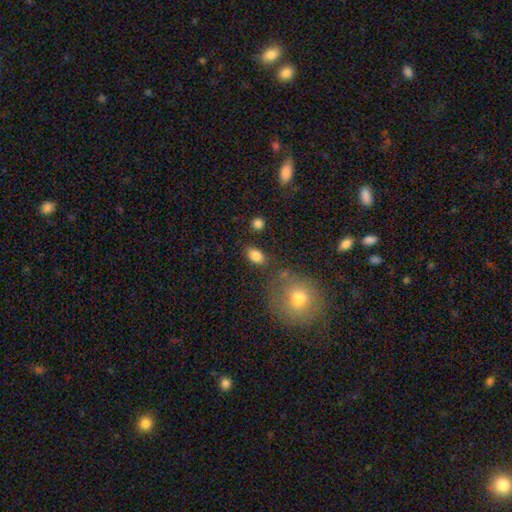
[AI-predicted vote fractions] This appears to be a smooth galaxy with no disk features (85%) that is in between round and cigar-shaped (85%). Merging: none (79%).